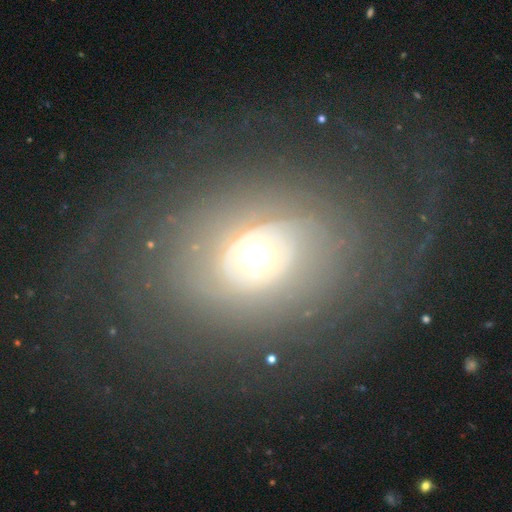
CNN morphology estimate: Q: Smooth or featured?
A: featured or disk (73%); runner-up: smooth (17%)
Q: Edge-on disk?
A: no (95%); runner-up: yes (5%)
Q: Bar?
A: no (80%); runner-up: weak (14%)
Q: Spiral arms?
A: yes (66%); runner-up: no (34%)
Q: Bulge size?
A: moderate (63%); runner-up: small (18%)
Q: Merging?
A: none (68%); runner-up: major disturbance (16%)